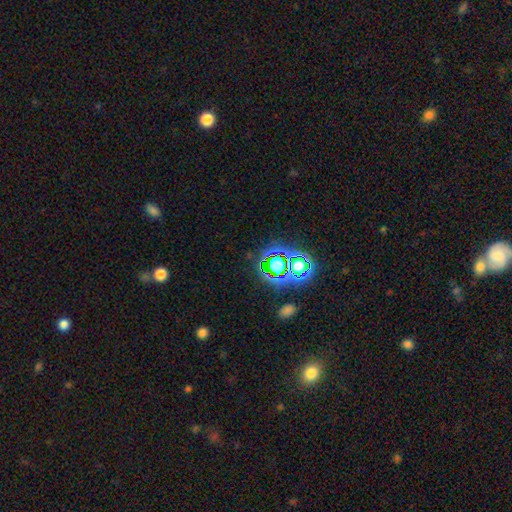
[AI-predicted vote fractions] star or artifact 72%, smooth 18%, featured or disk 10%.